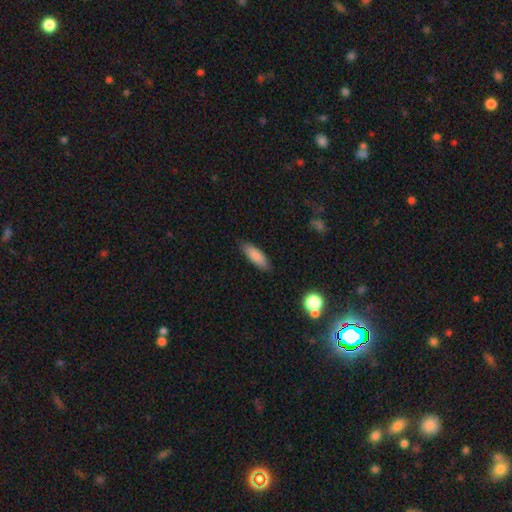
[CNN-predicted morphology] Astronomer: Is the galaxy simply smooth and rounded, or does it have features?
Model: smooth — 86%.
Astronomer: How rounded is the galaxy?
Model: in between — 57% (runner-up: cigar-shaped, 41%).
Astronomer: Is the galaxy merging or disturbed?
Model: none — 85%.